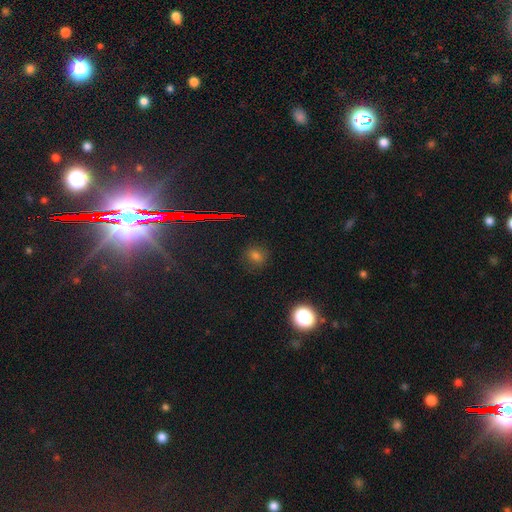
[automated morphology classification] This appears to be a smooth galaxy with no disk features (67%) that is round (63%). Merging: none (82%).